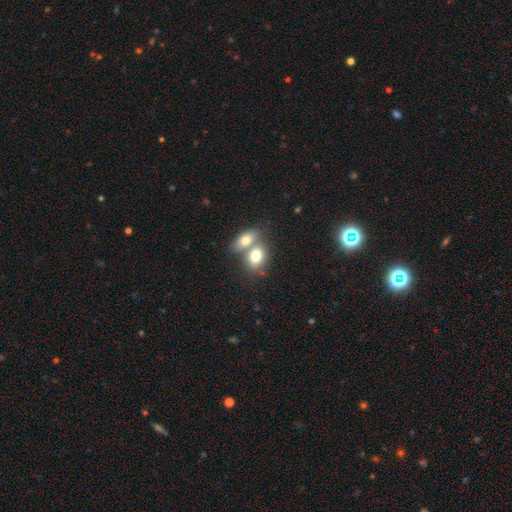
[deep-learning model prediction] smooth 75%, featured or disk 17%, star or artifact 7%. Down the decision tree: how rounded — in between (74%); merging — merger (64%).